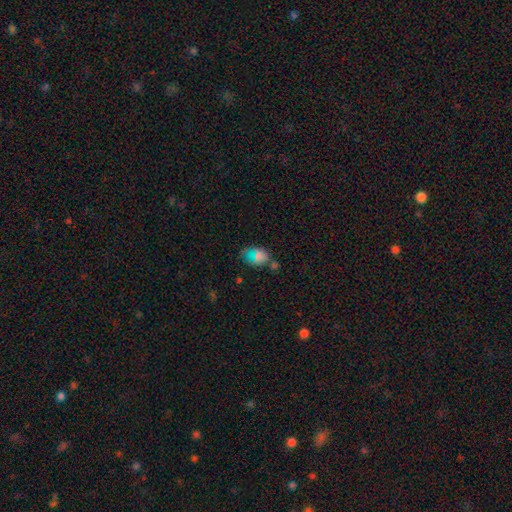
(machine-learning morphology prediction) This is likely a smooth galaxy (63%). How rounded: clearly in between (83%). Merging: possibly none (52%).